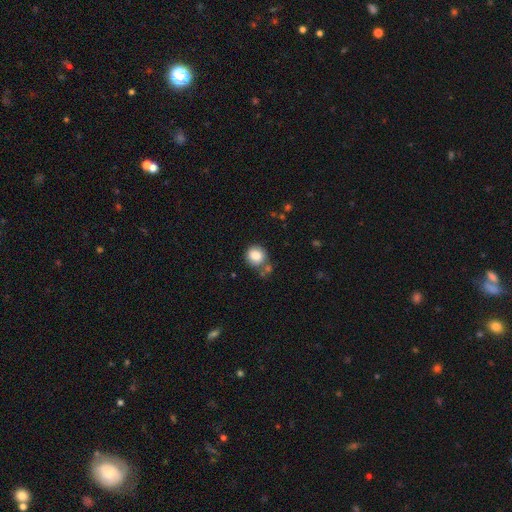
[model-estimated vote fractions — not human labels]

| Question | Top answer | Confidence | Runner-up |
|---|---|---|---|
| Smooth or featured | smooth | 85% | star or artifact (8%) |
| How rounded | round | 84% | in between (15%) |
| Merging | none | 61% | minor disturbance (18%) |